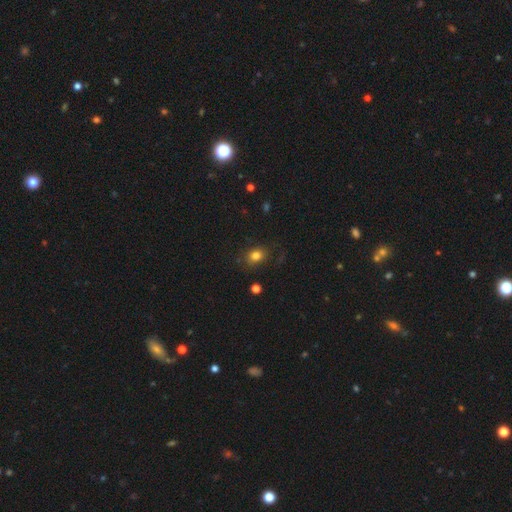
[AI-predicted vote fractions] Q: Smooth or featured?
A: smooth (80%); runner-up: star or artifact (12%)
Q: How rounded?
A: in between (56%); runner-up: round (43%)
Q: Merging?
A: none (76%); runner-up: minor disturbance (16%)